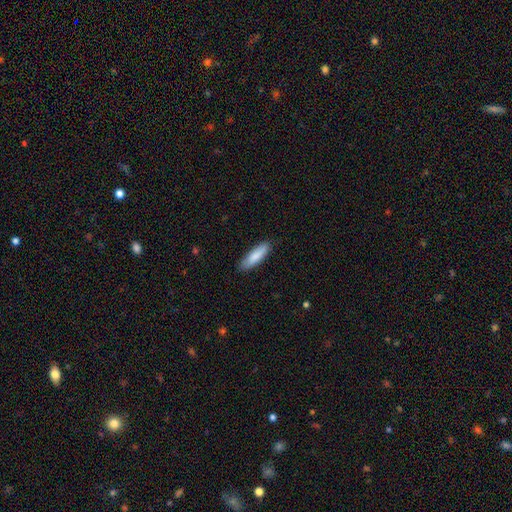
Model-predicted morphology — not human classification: Overall: smooth (85%). How rounded: cigar-shaped (56%; in between 43%). Merging: none (86%).